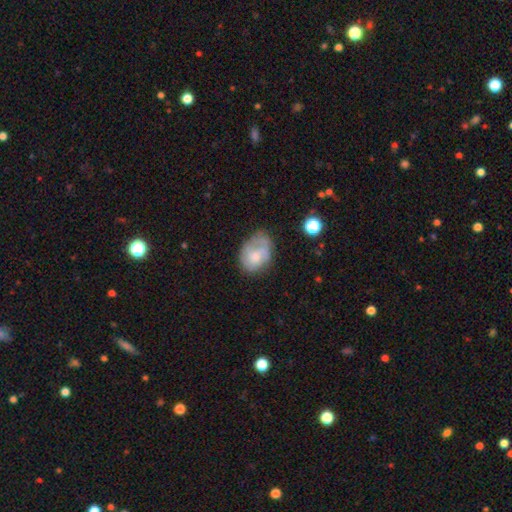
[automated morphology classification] A smooth galaxy with no disk features (52%) that is in between round and cigar-shaped (66%). Merging: none (41%).